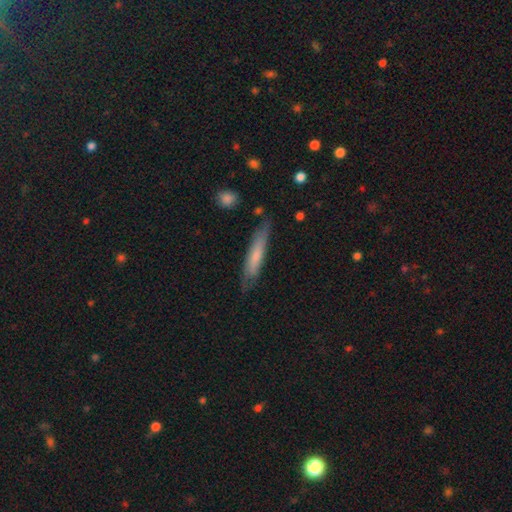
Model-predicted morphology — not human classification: smooth-or-featured: smooth: 64% | featured or disk: 30% | star or artifact: 6%
  how-rounded: cigar-shaped: 89% | in between: 10% | round: 1%
  merging: none: 75% | minor disturbance: 19% | major disturbance: 4% | merger: 2%